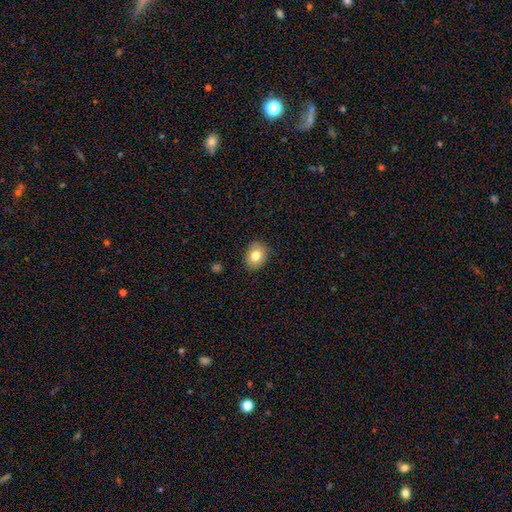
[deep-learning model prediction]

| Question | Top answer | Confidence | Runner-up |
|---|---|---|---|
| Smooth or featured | smooth | 79% | featured or disk (12%) |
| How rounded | in between | 53% | round (46%) |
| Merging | none | 86% | minor disturbance (10%) |